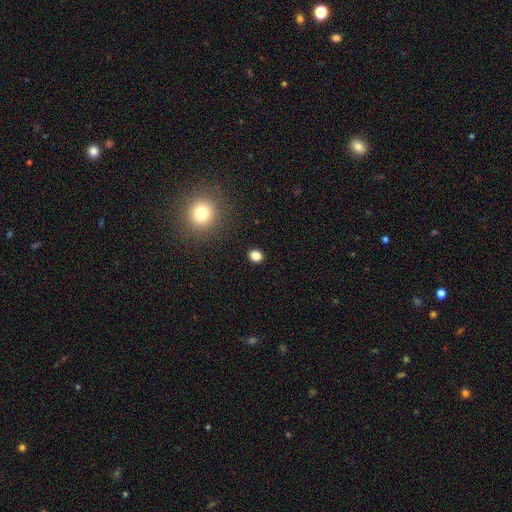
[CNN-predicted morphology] smooth_or_featured: smooth (p=0.83) [alt: star or artifact p=0.13]
how_rounded: round (p=0.69) [alt: in between p=0.30]
merging: none (p=0.90) [alt: minor disturbance p=0.06]